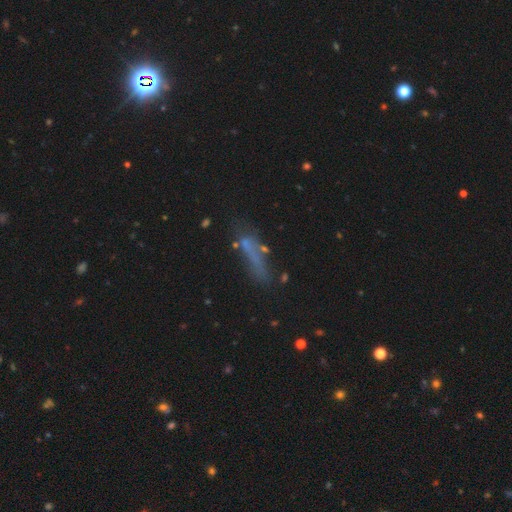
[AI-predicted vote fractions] The model was most divided on "smooth or featured": smooth: 48%, featured or disk: 32%, star or artifact: 20%. More confident: merging — none (57%).